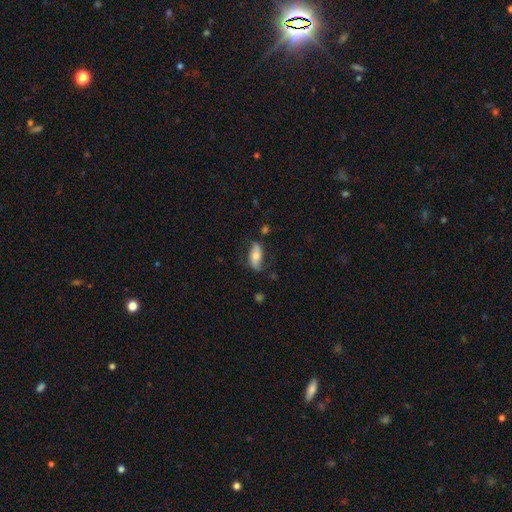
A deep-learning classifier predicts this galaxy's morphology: Q: Smooth or featured?
A: smooth (50%); runner-up: featured or disk (43%)
Q: How rounded?
A: in between (81%); runner-up: cigar-shaped (16%)
Q: Merging?
A: none (69%); runner-up: minor disturbance (22%)